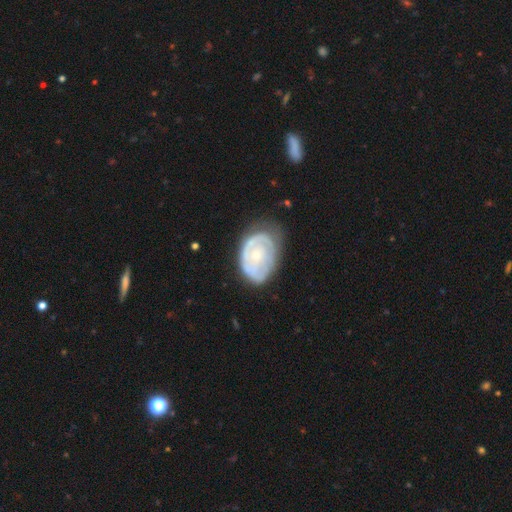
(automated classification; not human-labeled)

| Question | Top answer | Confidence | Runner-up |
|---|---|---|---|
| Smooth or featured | featured or disk | 69% | smooth (26%) |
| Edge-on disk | no | 96% | yes (4%) |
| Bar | no | 81% | weak (16%) |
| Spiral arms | yes | 69% | no (31%) |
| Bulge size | small | 70% | moderate (25%) |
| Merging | none | 56% | minor disturbance (29%) |